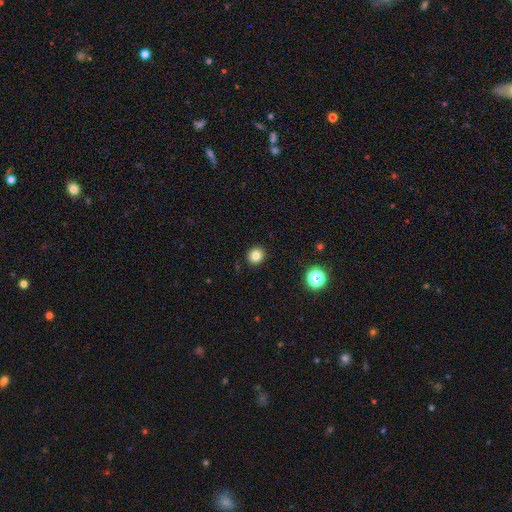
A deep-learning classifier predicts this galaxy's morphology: smooth_or_featured: smooth (p=0.81) [alt: star or artifact p=0.14]
how_rounded: round (p=0.88) [alt: in between p=0.11]
merging: none (p=0.91) [alt: minor disturbance p=0.06]